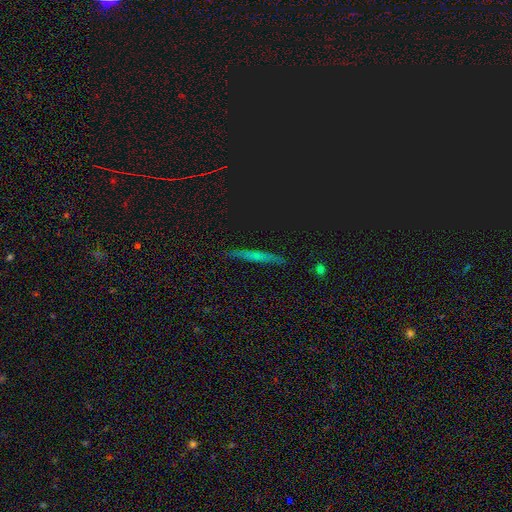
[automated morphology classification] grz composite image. It shows a smooth galaxy with no disk features (47%). Merging: none (87%).